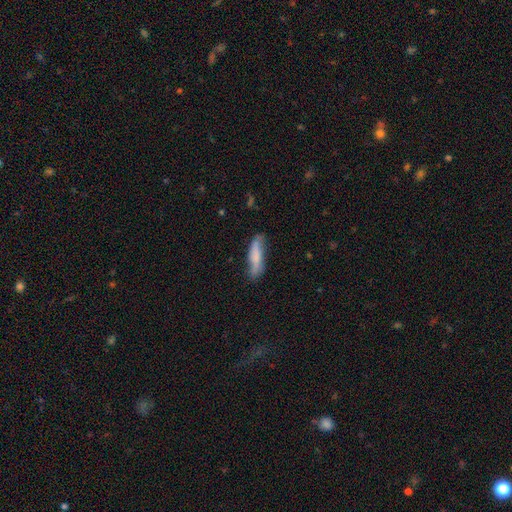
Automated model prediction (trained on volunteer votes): Overall: smooth (66%; featured or disk 27%). How rounded: cigar-shaped (73%). Merging: none (66%).